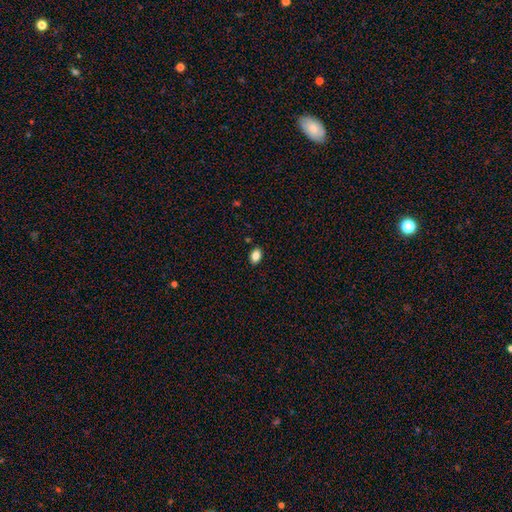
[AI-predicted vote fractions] smooth_or_featured: smooth (p=0.85) [alt: star or artifact p=0.10]
how_rounded: in between (p=0.80) [alt: round p=0.18]
merging: none (p=0.88) [alt: minor disturbance p=0.09]